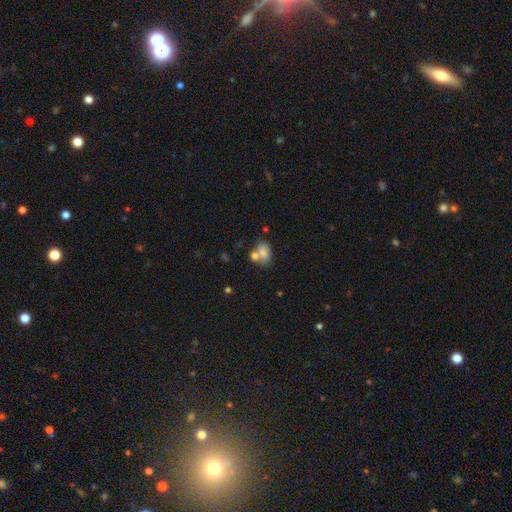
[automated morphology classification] Smooth or featured? smooth (76%)
How rounded? in between (76%)
Merging? merger (40%)